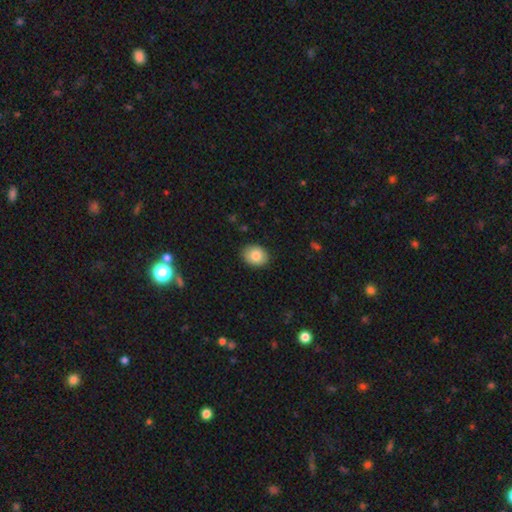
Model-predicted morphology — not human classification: Q: Smooth or featured?
A: smooth (83%); runner-up: featured or disk (9%)
Q: How rounded?
A: in between (51%); runner-up: round (48%)
Q: Merging?
A: none (88%); runner-up: minor disturbance (9%)